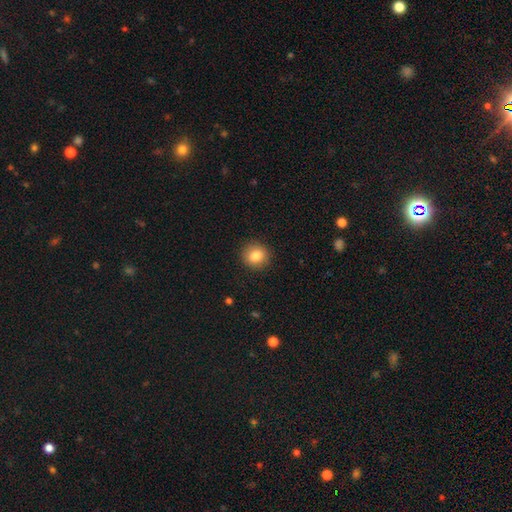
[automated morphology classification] Smooth or featured? smooth (84%)
How rounded? round (86%)
Merging? none (91%)